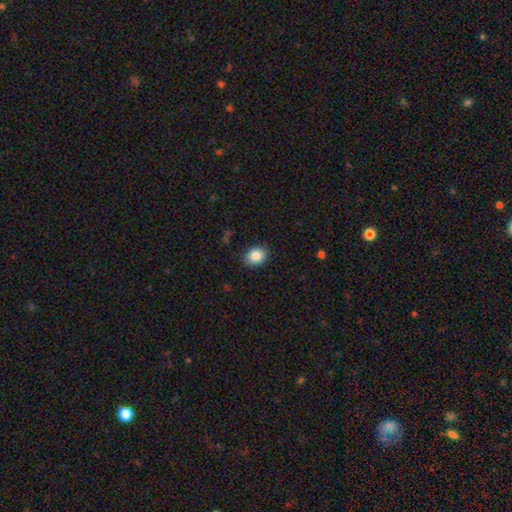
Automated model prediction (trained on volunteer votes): smooth 86%, star or artifact 8%, featured or disk 5%. Down the decision tree: how rounded — in between (56%); merging — none (88%).